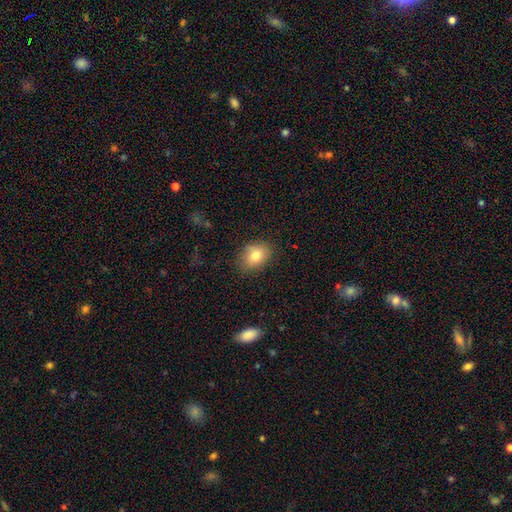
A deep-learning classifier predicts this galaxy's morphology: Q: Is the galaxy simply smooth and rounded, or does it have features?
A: smooth — 79%.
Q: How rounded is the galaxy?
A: in between — 69%.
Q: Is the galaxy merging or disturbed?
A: none — 81%.